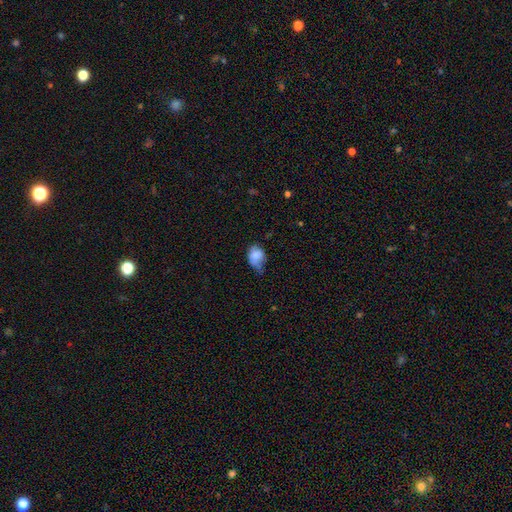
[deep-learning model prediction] This is likely a smooth galaxy (78%). How rounded: likely in between (69%). Merging: possibly minor disturbance (47%).